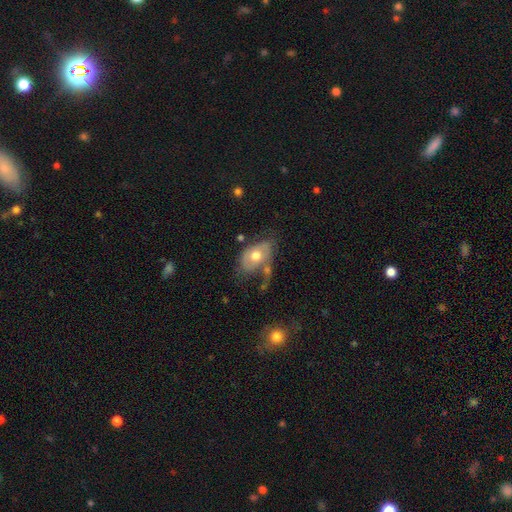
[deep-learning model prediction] A smooth galaxy with no disk features (48%).

Vote fractions:
- Smooth or featured? smooth: 48% / featured or disk: 46% / star or artifact: 6%
- Merging? none: 37% / minor disturbance: 26% / major disturbance: 23% / merger: 14%